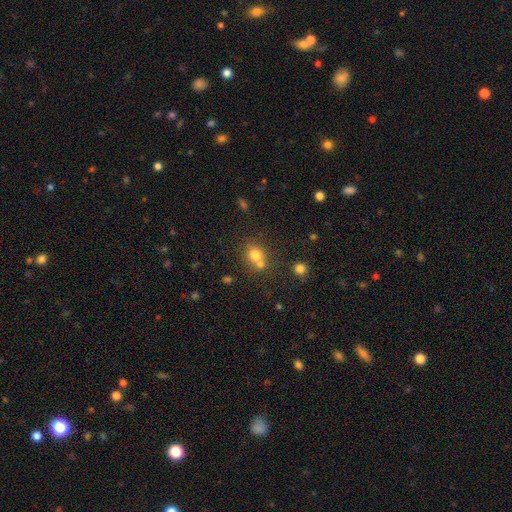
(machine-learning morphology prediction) This appears to be a smooth galaxy with no disk features (75%) that is round (71%). Merging: none (44%).